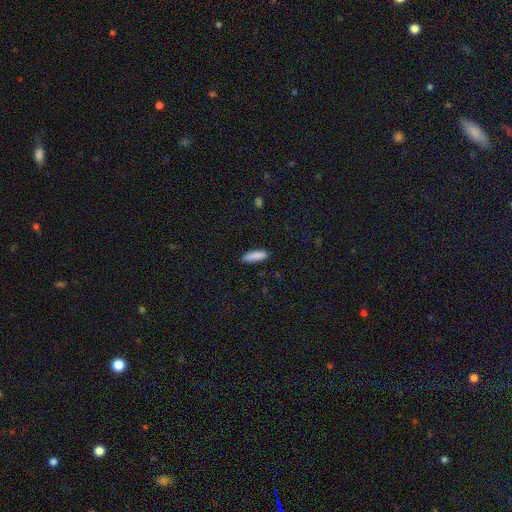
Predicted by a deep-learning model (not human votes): Smooth or featured? smooth (89%)
How rounded? cigar-shaped (50%)
Merging? none (88%)